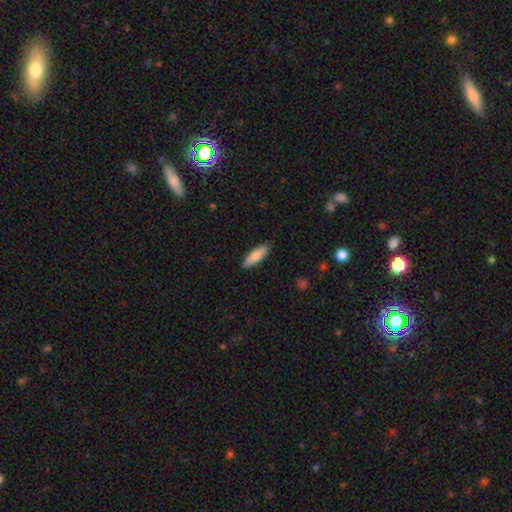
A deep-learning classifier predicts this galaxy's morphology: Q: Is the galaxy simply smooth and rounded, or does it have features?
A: smooth — 82%.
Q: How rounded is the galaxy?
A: in between — 56%.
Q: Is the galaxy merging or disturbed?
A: none — 87%.